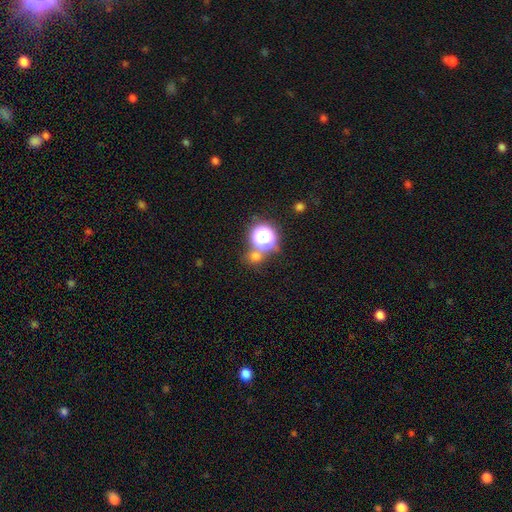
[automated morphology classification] A smooth galaxy with no disk features (64%) that is round (82%). Merging: none (63%).